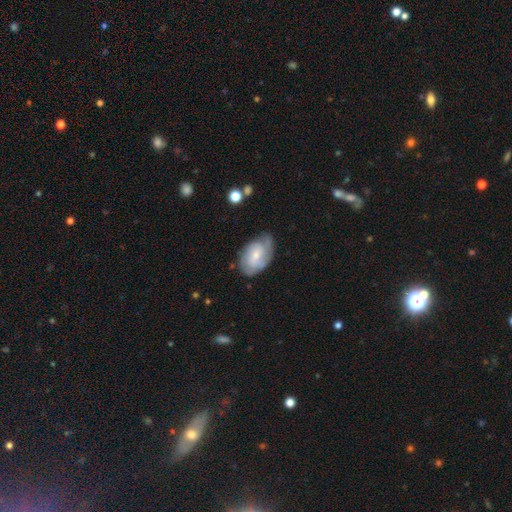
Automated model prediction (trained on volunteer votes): Overall: featured or disk (56%; smooth 37%). Edge-on disk: no (96%). Bar: no (60%; weak 35%). Spiral arms: yes (82%). Bulge size: small (56%; moderate 37%). Merging: none (60%; minor disturbance 29%).